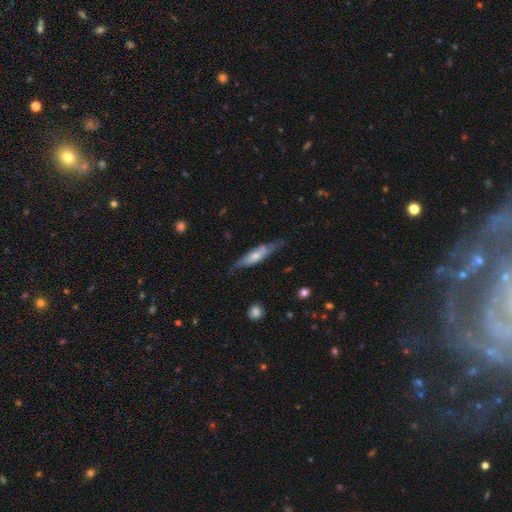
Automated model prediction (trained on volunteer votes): smooth-or-featured: featured or disk: 48% | smooth: 46% | star or artifact: 6%
  merging: none: 63% | minor disturbance: 26% | major disturbance: 9% | merger: 2%